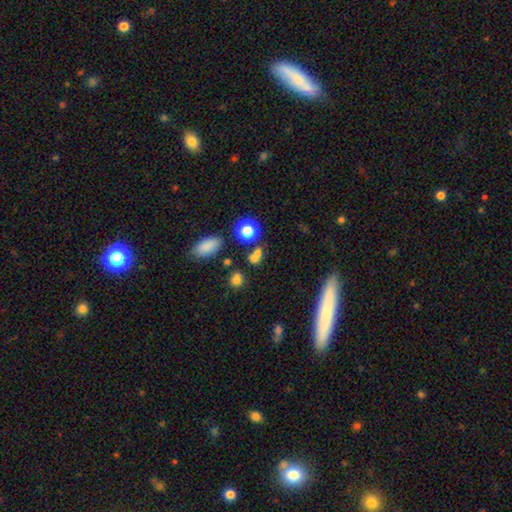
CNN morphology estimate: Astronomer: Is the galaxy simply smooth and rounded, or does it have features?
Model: smooth — 68%.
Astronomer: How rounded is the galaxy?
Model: round — 59% (runner-up: in between, 37%).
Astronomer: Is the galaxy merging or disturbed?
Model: none — 53% (runner-up: merger, 30%).